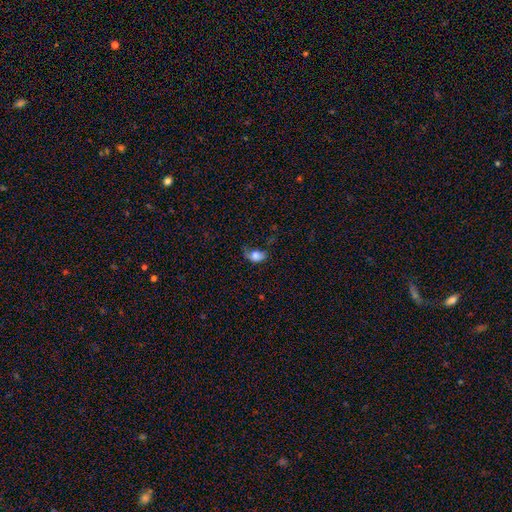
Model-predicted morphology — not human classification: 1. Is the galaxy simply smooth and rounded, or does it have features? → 77% smooth, 14% featured or disk, 9% star or artifact.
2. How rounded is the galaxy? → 81% in between, 17% round, 2% cigar-shaped.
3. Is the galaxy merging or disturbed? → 35% minor disturbance, 33% none, 29% major disturbance, 3% merger.